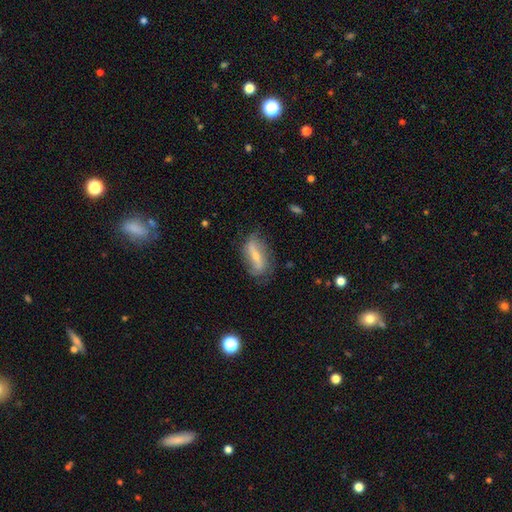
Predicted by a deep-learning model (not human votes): Overall: featured or disk (64%; smooth 28%). Edge-on disk: no (82%). Bar: strong (48%; weak 31%). Spiral arms: yes (73%). Bulge size: small (53%; moderate 41%). Merging: none (68%).